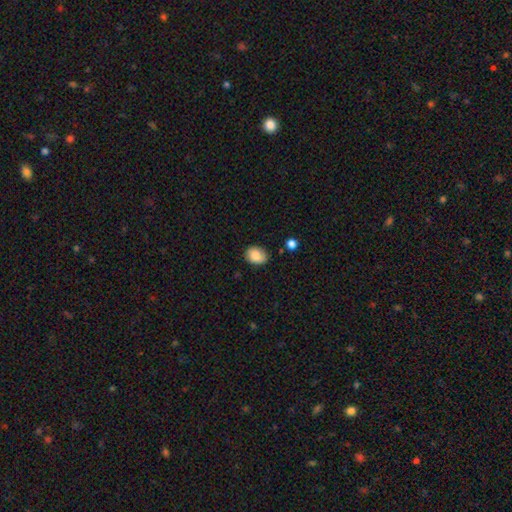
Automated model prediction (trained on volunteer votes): Smooth or featured: smooth — 86% (star or artifact — 8%)
How rounded: in between — 61% (round — 38%)
Merging: none — 79% (minor disturbance — 16%)